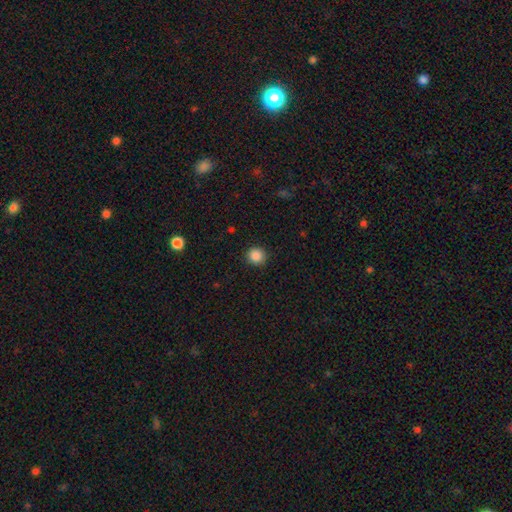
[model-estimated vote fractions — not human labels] This is clearly a smooth galaxy (87%). How rounded: clearly round (93%). Merging: clearly none (91%).